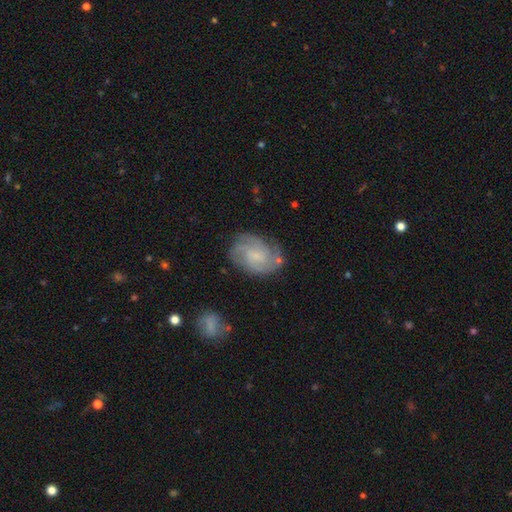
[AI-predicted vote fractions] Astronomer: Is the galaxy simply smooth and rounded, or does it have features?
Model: featured or disk — 67%.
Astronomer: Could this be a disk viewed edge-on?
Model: no — 97%.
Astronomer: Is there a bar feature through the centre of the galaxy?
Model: no — 54% (runner-up: weak, 40%).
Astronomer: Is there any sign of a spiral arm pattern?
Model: yes — 90%.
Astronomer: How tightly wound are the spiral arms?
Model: medium — 43% (runner-up: tight, 42%).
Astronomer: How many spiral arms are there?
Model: can't tell — 31% (runner-up: 3, 26%).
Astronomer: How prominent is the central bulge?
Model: small — 52%.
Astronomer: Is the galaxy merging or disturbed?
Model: none — 70%.